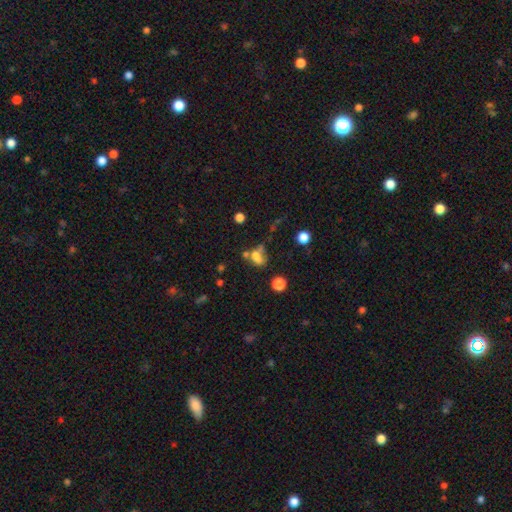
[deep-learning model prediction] Morphology: type=smooth (64%); roundness=in between (66%); merging=none (33%, tied with merger).